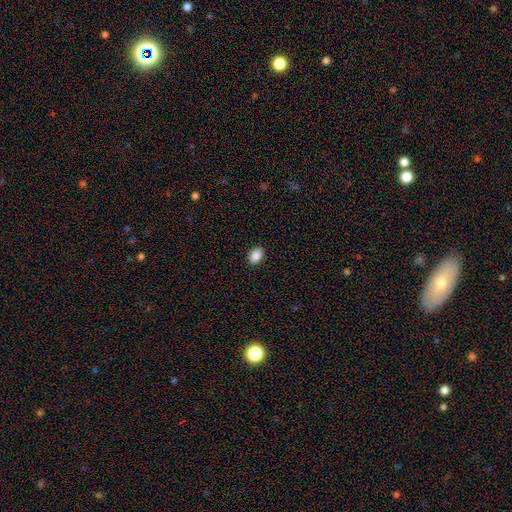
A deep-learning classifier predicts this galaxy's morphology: Smooth or featured? smooth (88%)
How rounded? in between (75%)
Merging? none (90%)